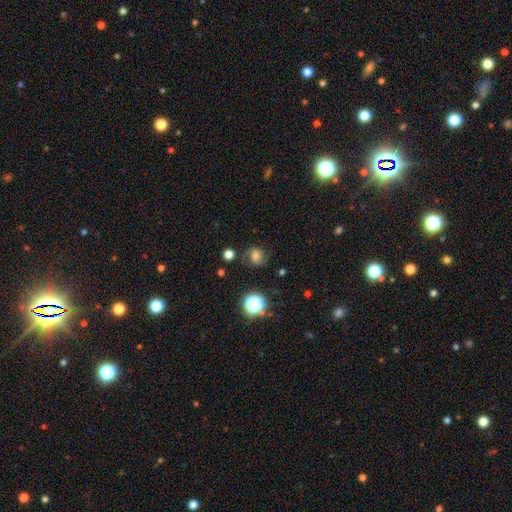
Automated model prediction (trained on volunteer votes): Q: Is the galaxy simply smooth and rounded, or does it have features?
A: smooth — 41%.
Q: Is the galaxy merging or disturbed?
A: none — 73%.